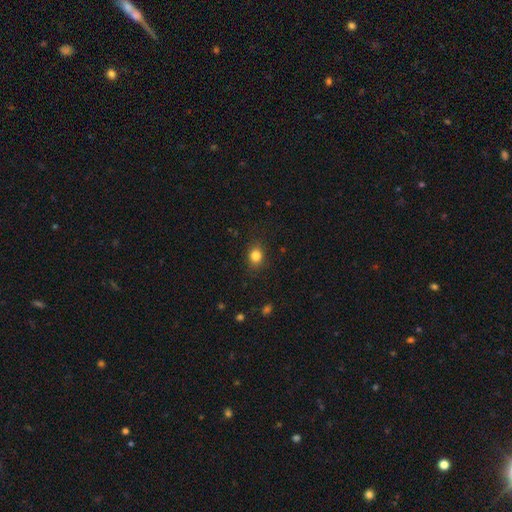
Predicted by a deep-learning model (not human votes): Smooth or featured? Predicted: smooth (p=0.84). How rounded? Predicted: round (p=0.56). Merging? Predicted: none (p=0.84).